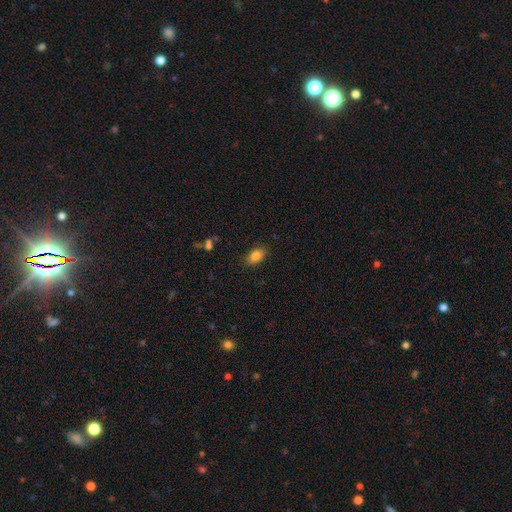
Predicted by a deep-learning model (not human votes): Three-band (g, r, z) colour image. It shows a smooth galaxy with no disk features (83%) that is in between round and cigar-shaped (88%). Merging: none (85%).